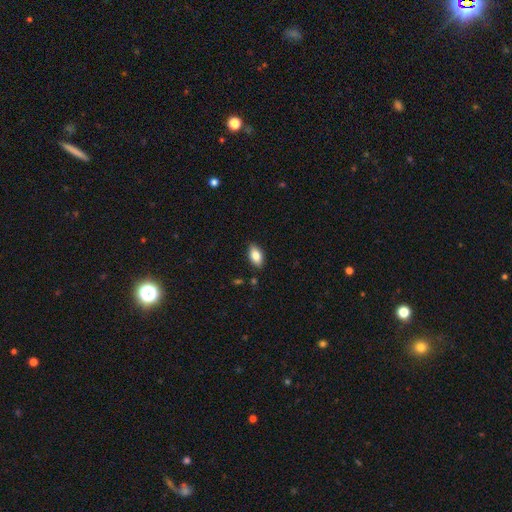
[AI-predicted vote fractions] This is clearly a smooth galaxy (82%). How rounded: clearly in between (92%). Merging: clearly none (86%).